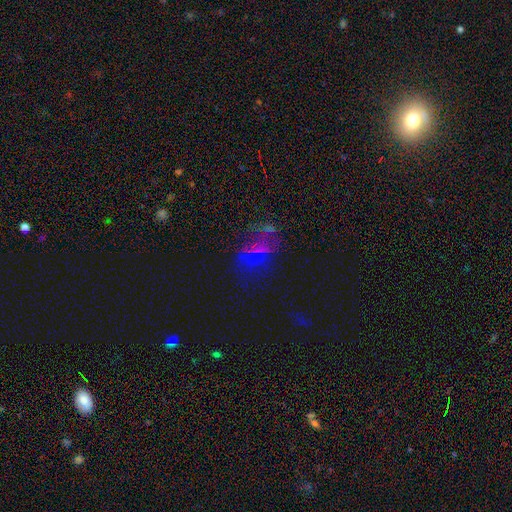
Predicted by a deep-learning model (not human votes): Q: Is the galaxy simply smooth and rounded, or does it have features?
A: smooth — 36%.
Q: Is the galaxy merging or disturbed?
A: none — 47%.